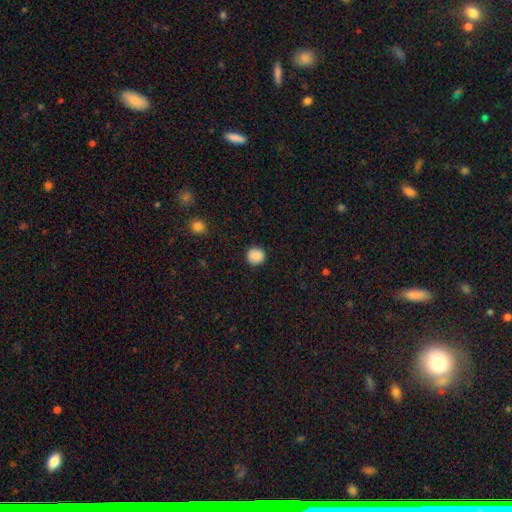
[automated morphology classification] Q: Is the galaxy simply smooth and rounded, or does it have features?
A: smooth — 89%.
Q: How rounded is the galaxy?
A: round — 93%.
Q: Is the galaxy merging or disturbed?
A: none — 92%.